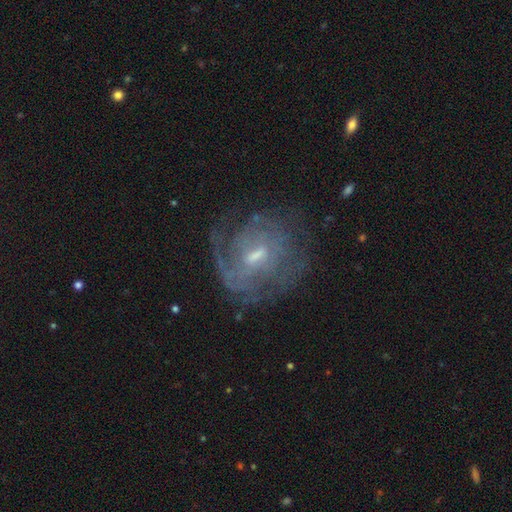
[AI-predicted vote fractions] Q: Smooth or featured?
A: featured or disk (75%); runner-up: smooth (14%)
Q: Edge-on disk?
A: no (96%); runner-up: yes (4%)
Q: Bar?
A: weak (56%); runner-up: no (30%)
Q: Spiral arms?
A: yes (81%); runner-up: no (19%)
Q: Spiral winding?
A: tight (53%); runner-up: medium (33%)
Q: Spiral arm count?
A: can't tell (50%); runner-up: 2 (20%)
Q: Bulge size?
A: small (49%); runner-up: moderate (42%)
Q: Merging?
A: none (63%); runner-up: minor disturbance (19%)